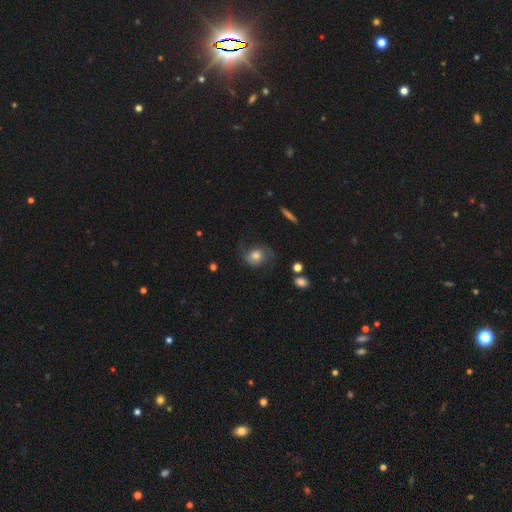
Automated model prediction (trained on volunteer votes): Smooth or featured: featured or disk — 57% (smooth — 34%)
Edge-on disk: no — 96% (yes — 4%)
Bar: no — 72% (weak — 23%)
Spiral arms: yes — 90% (no — 10%)
Bulge size: moderate — 59% (large — 18%)
Merging: none — 65% (minor disturbance — 19%)